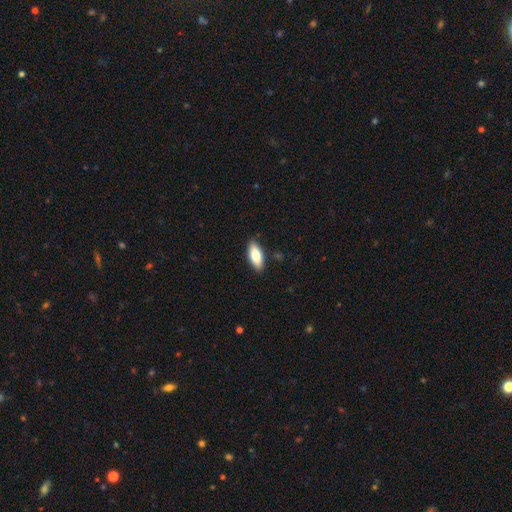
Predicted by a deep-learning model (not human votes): The model was most divided on "how rounded": in between: 80%, cigar-shaped: 18%, round: 2%. More confident: merging — none (86%); smooth or featured — smooth (80%).